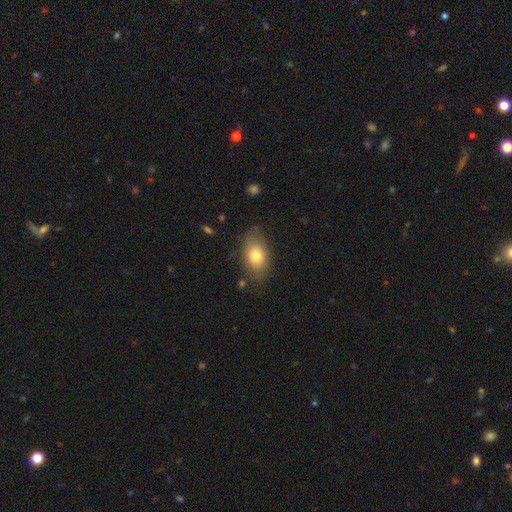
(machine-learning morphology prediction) smooth_or_featured: smooth (p=0.78) [alt: featured or disk p=0.14]
how_rounded: in between (p=0.86) [alt: round p=0.13]
merging: none (p=0.77) [alt: minor disturbance p=0.16]